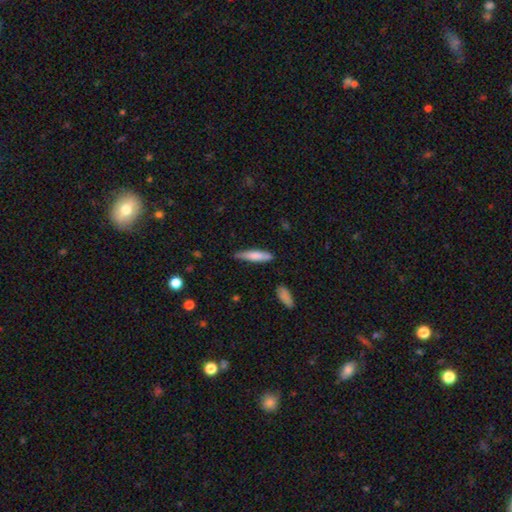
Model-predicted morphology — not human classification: Smooth or featured? Predicted: smooth (p=0.72). How rounded? Predicted: cigar-shaped (p=0.81). Merging? Predicted: none (p=0.75).